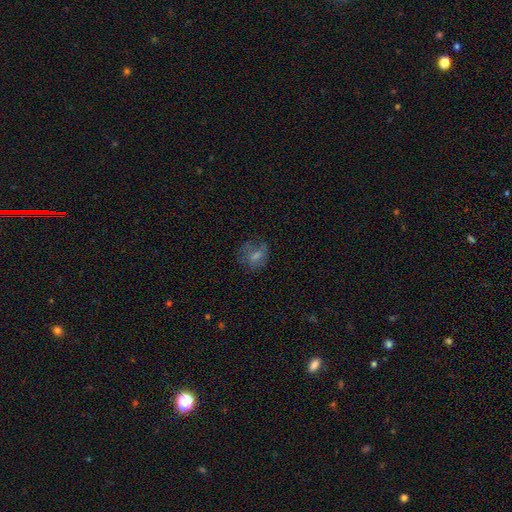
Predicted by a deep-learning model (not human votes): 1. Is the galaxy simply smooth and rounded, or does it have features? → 50% smooth, 30% featured or disk, 20% star or artifact.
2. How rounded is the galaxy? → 63% round, 35% in between, 2% cigar-shaped.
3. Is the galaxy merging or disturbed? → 63% none, 20% minor disturbance, 14% major disturbance, 2% merger.